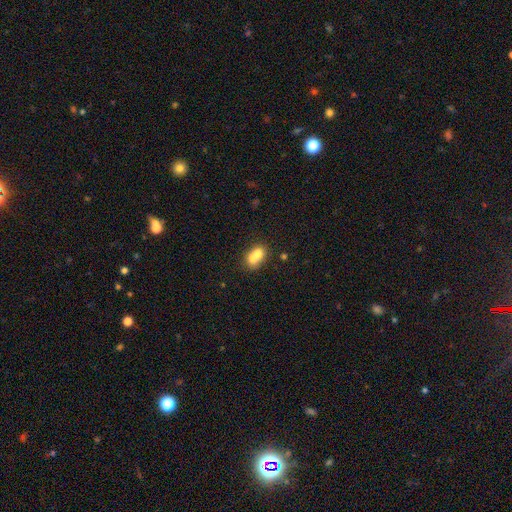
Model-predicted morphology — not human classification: Smooth or featured: smooth — 67% (featured or disk — 23%)
How rounded: in between — 49% (tied with round — 49%)
Merging: merger — 69% (none — 22%)